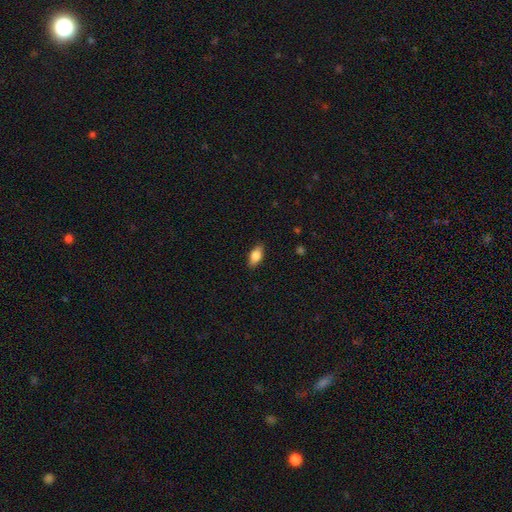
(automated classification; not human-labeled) The model was most divided on "smooth or featured": smooth: 79%, featured or disk: 14%, star or artifact: 7%. More confident: how rounded — in between (87%); merging — none (86%).